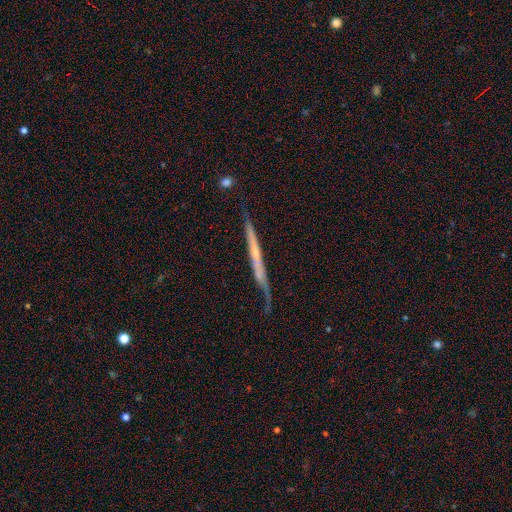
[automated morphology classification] Overall: featured or disk (69%). Edge-on disk: yes (94%). Edge-on bulge: none (63%; rounded 31%). Merging: none (67%).